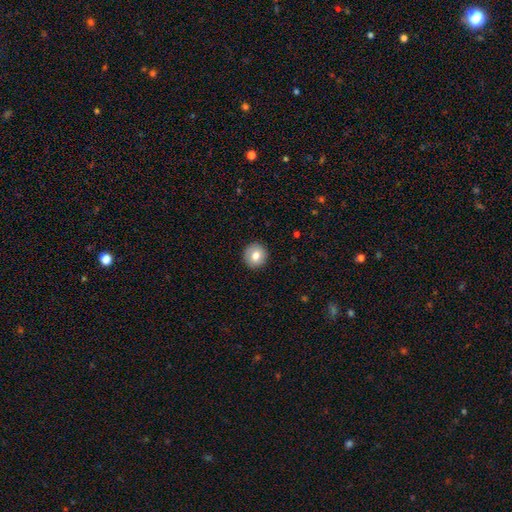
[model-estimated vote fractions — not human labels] The model was most divided on "smooth or featured": smooth: 78%, featured or disk: 14%, star or artifact: 8%. More confident: how rounded — round (95%); merging — none (92%).